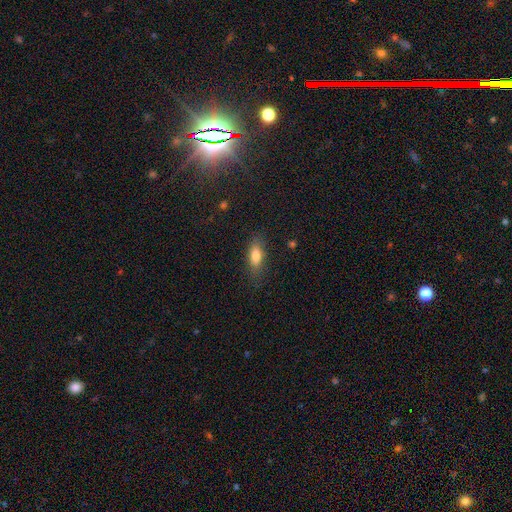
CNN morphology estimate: type=smooth (80%); roundness=in between (74%); merging=none (80%).